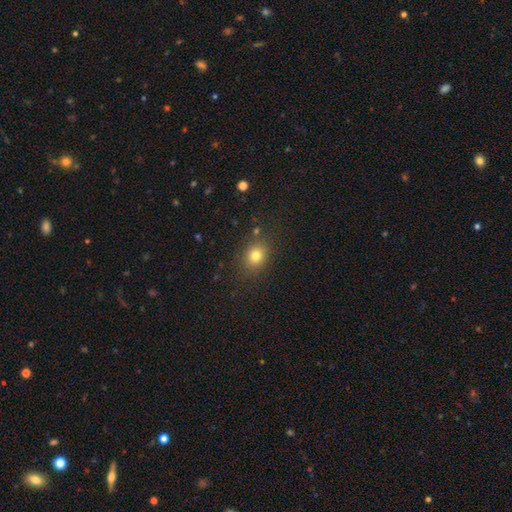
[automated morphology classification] The model was most divided on "how rounded": round: 62%, in between: 37%, cigar-shaped: 1%. More confident: merging — none (84%); smooth or featured — smooth (79%).